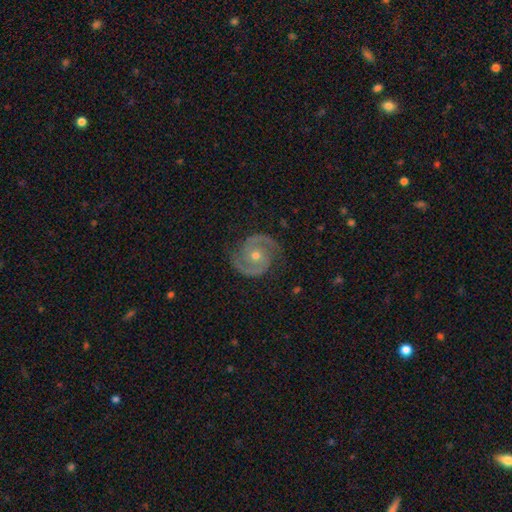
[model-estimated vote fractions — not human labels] Smooth or featured? featured or disk (91%)
Edge-on disk? no (98%)
Bar? no (69%)
Spiral arms? yes (98%)
Spiral winding? medium (48%)
Spiral arm count? 2 (93%)
Bulge size? moderate (55%)
Merging? none (84%)